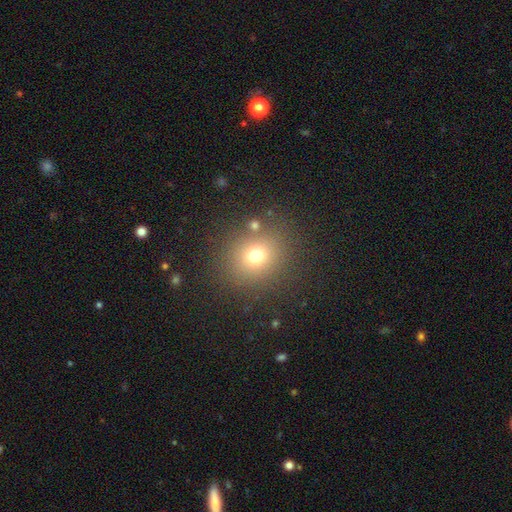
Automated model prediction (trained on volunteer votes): This is likely a smooth galaxy (72%). How rounded: likely round (76%). Merging: clearly none (83%).